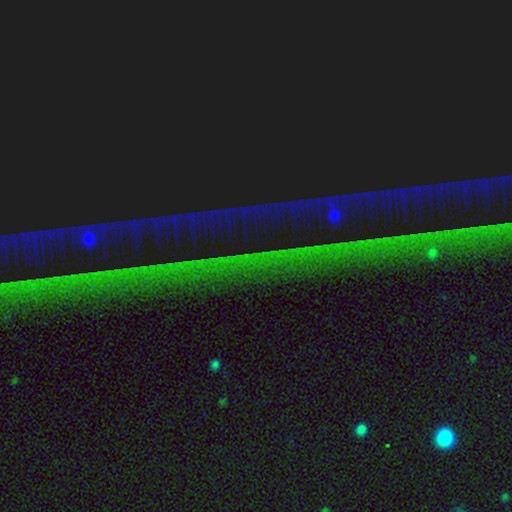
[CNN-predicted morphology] Smooth or featured? Predicted: star or artifact (p=0.89).